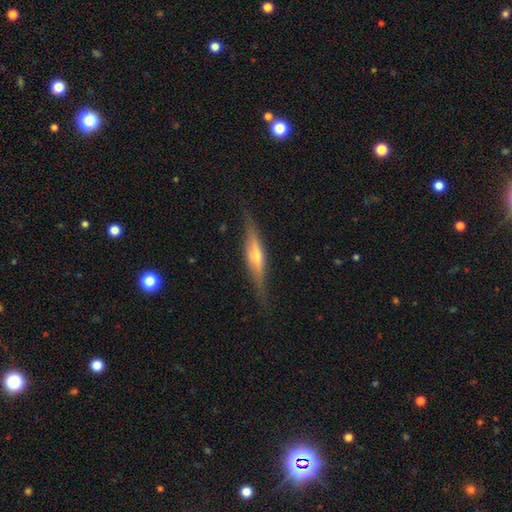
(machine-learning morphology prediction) Smooth or featured? Predicted: featured or disk (p=0.70). Edge-on disk? Predicted: yes (p=0.95). Edge-on bulge? Predicted: rounded (p=0.78). Merging? Predicted: none (p=0.83).